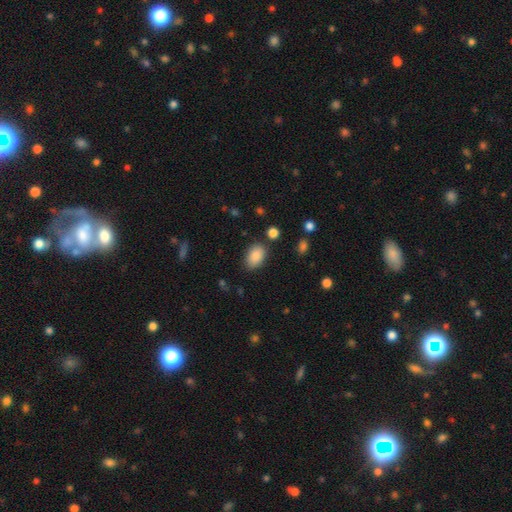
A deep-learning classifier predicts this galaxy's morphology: Smooth or featured? Predicted: smooth (p=0.87). How rounded? Predicted: in between (p=0.89). Merging? Predicted: none (p=0.82).